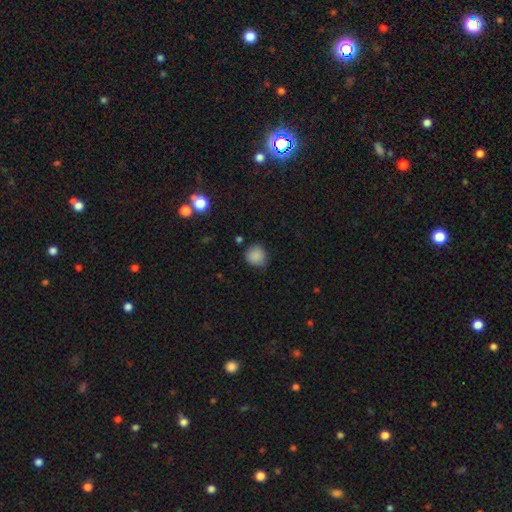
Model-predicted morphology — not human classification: Smooth or featured: smooth — 86% (star or artifact — 10%)
How rounded: round — 86% (in between — 13%)
Merging: none — 73% (minor disturbance — 21%)